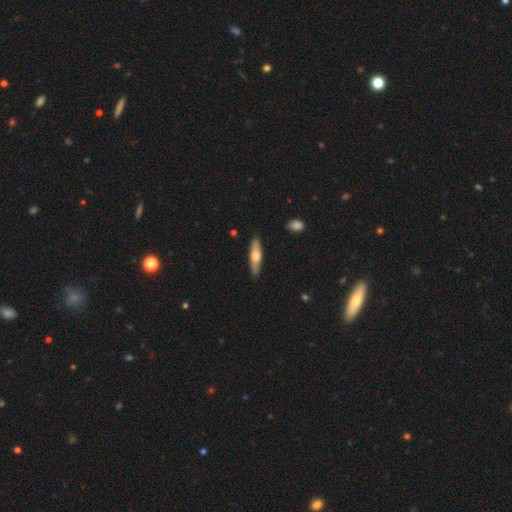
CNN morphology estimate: Overall: smooth (56%; featured or disk 39%). How rounded: cigar-shaped (69%). Merging: none (87%).